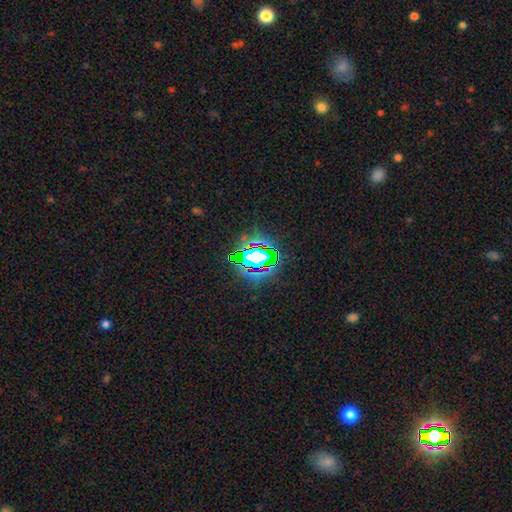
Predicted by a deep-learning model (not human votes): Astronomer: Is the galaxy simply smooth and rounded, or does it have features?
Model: star or artifact — 68%.